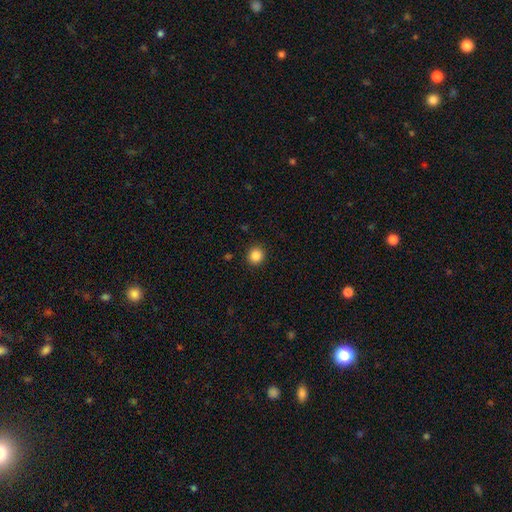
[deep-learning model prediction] This appears to be a smooth galaxy with no disk features (86%) that is round (92%). Merging: none (92%).